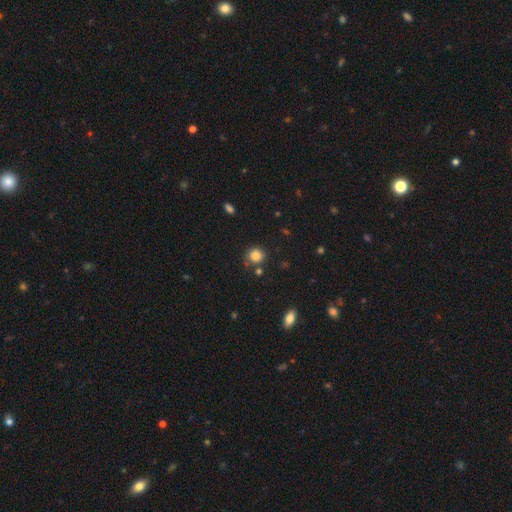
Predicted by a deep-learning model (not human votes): smooth_or_featured: smooth (p=0.83) [alt: star or artifact p=0.12]
how_rounded: round (p=0.86) [alt: in between p=0.13]
merging: none (p=0.77) [alt: minor disturbance p=0.12]